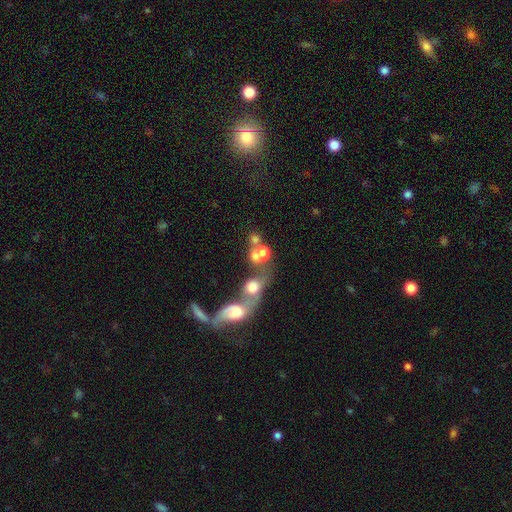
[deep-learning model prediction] Smooth or featured?
  - smooth: 62% *
  - featured or disk: 24%
  - star or artifact: 14%
How rounded?
  - round: 69% *
  - in between: 28%
  - cigar-shaped: 3%
Merging?
  - merger: 61% *
  - none: 22%
  - major disturbance: 9%
  - minor disturbance: 7%